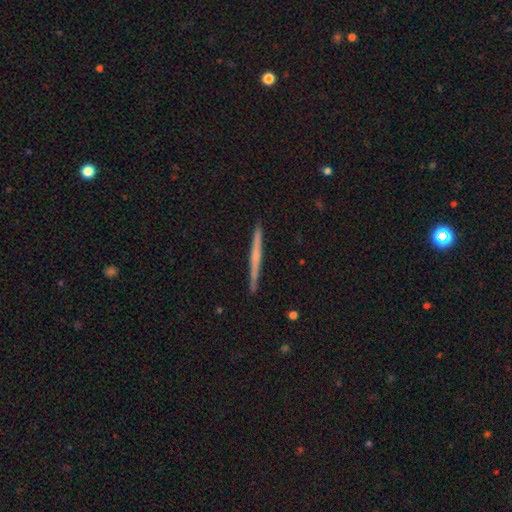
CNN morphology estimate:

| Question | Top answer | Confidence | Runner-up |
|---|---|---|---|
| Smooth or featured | featured or disk | 58% | smooth (36%) |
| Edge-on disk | yes | 98% | no (2%) |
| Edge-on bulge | none | 72% | rounded (22%) |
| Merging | none | 92% | minor disturbance (6%) |